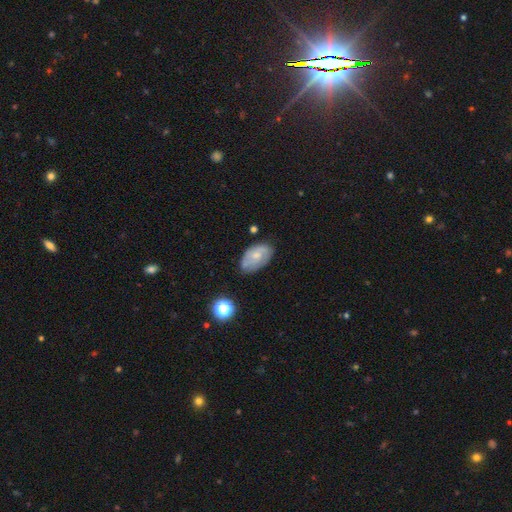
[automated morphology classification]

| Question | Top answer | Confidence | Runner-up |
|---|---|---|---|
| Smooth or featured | smooth | 53% | featured or disk (39%) |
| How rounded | in between | 91% | round (8%) |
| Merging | none | 63% | minor disturbance (27%) |